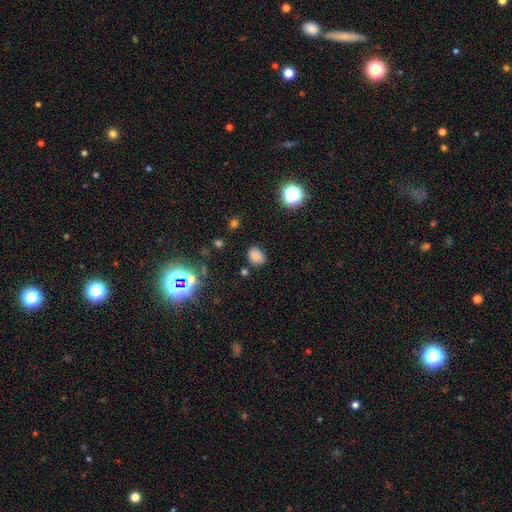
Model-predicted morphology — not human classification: smooth 75%, star or artifact 18%, featured or disk 6%. Down the decision tree: how rounded — in between (60%); merging — none (79%).